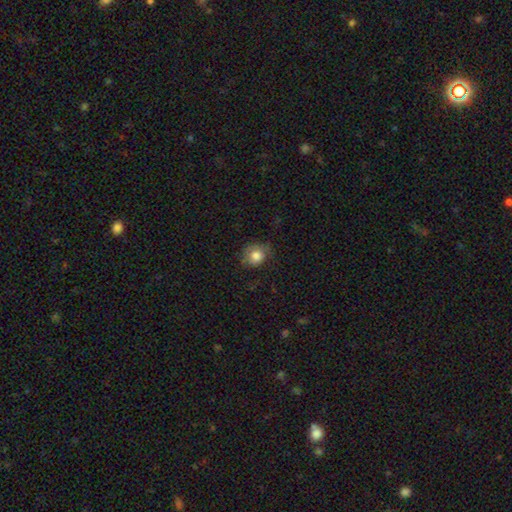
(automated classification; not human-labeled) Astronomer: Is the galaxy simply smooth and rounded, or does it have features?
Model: smooth — 80%.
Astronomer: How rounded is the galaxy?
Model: round — 72%.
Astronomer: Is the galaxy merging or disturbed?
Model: none — 62%.